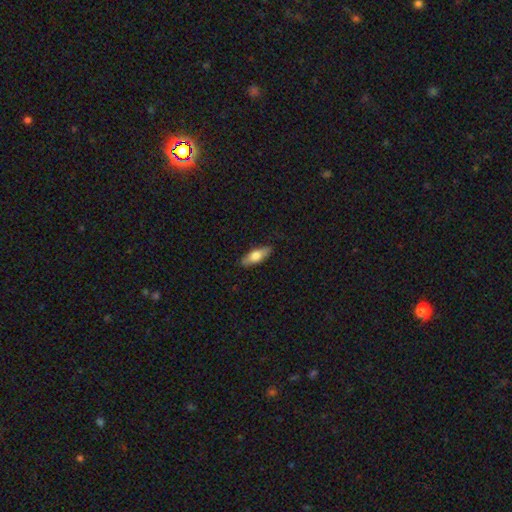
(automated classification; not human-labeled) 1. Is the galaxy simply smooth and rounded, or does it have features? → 67% smooth, 27% featured or disk, 6% star or artifact.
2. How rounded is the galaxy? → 66% in between, 31% cigar-shaped, 3% round.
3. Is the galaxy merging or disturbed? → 85% none, 11% minor disturbance, 2% major disturbance, 1% merger.